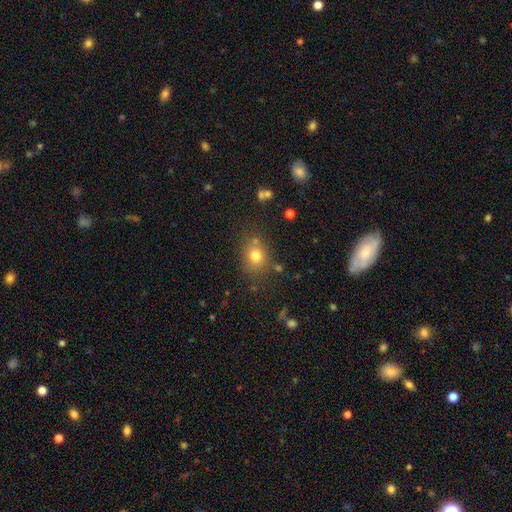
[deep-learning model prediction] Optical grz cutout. It shows a smooth galaxy with no disk features (75%) that is round (61%). Merging: none (72%).